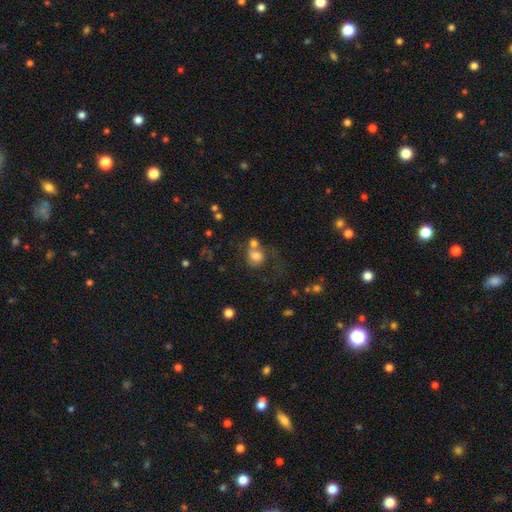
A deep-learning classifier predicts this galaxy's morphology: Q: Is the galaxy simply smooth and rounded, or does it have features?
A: smooth — 71%.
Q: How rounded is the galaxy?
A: round — 72%.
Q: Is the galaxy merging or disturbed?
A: merger — 38%.